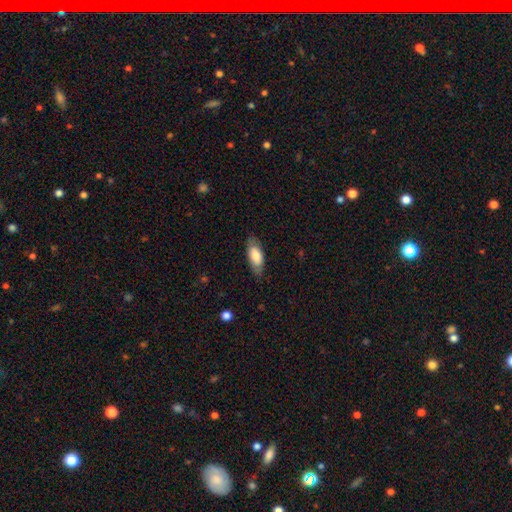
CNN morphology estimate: This appears to be a smooth galaxy with no disk features (74%) that is in between round and cigar-shaped (83%). Merging: none (80%).